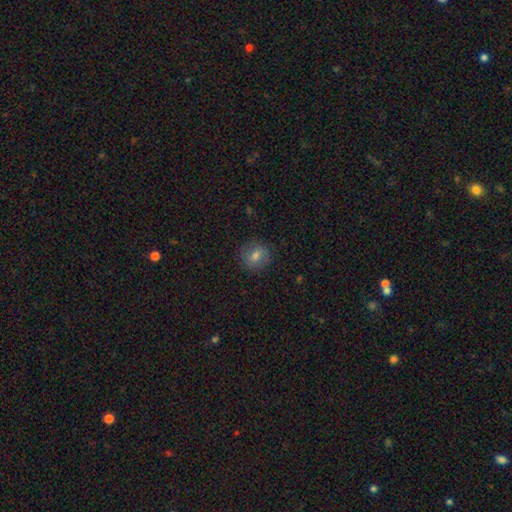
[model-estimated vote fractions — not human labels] smooth_or_featured: smooth (p=0.71) [alt: featured or disk p=0.16]
how_rounded: round (p=0.83) [alt: in between p=0.16]
merging: none (p=0.87) [alt: minor disturbance p=0.09]